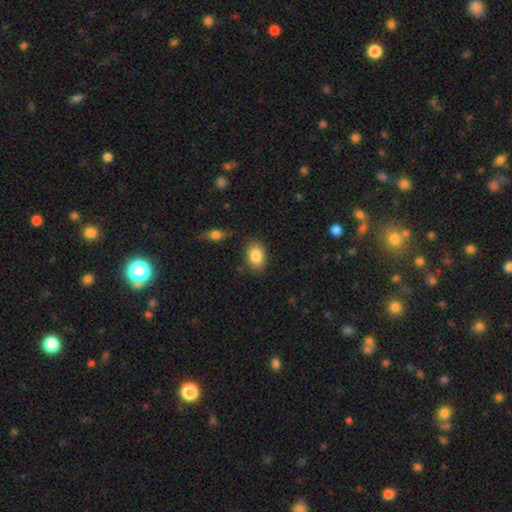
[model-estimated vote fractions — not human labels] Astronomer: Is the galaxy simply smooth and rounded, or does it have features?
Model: smooth — 85%.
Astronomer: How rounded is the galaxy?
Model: in between — 83%.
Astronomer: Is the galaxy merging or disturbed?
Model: none — 81%.